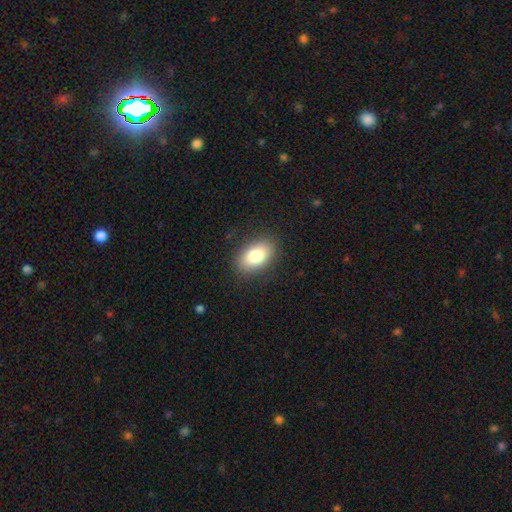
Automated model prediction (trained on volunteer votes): A smooth galaxy with no disk features (80%) that is in between round and cigar-shaped (90%). Merging: none (87%).